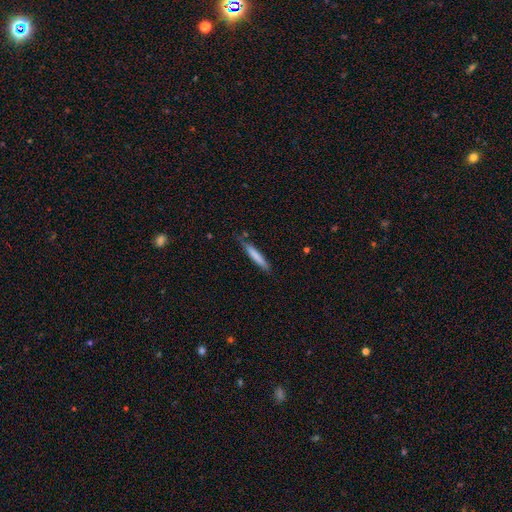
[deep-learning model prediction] smooth_or_featured: smooth (p=0.75) [alt: featured or disk p=0.19]
how_rounded: cigar-shaped (p=0.93) [alt: in between p=0.05]
merging: none (p=0.77) [alt: minor disturbance p=0.17]